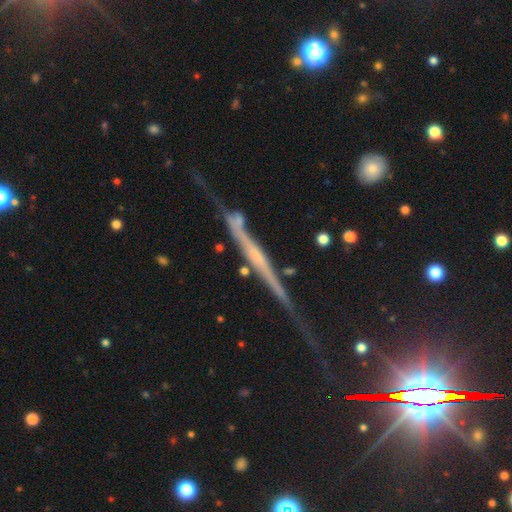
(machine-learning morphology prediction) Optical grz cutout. It shows a featured or disk galaxy (75%) viewed edge-on (90%) with no central bulge (55%). Merging: none (52%).